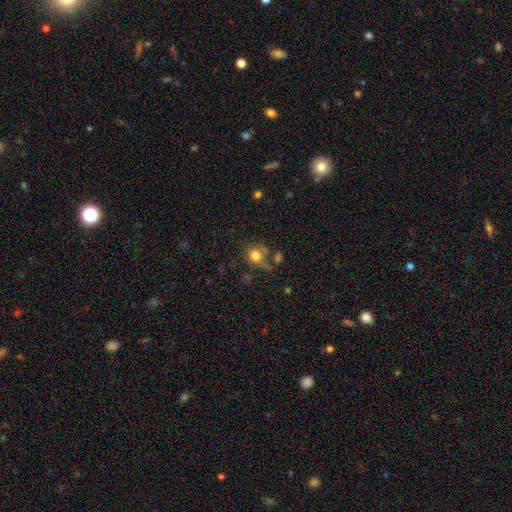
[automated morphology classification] Smooth or featured: smooth — 76% (featured or disk — 12%)
How rounded: round — 70% (in between — 28%)
Merging: none — 49% (minor disturbance — 20%)